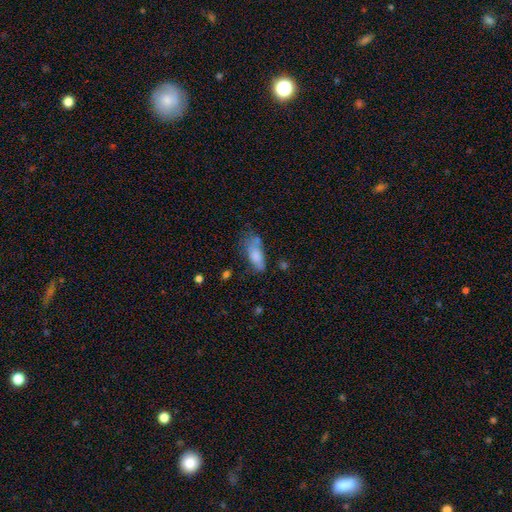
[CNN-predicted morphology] Overall: smooth (74%). How rounded: in between (77%). Merging: none (35%; minor disturbance 32%).